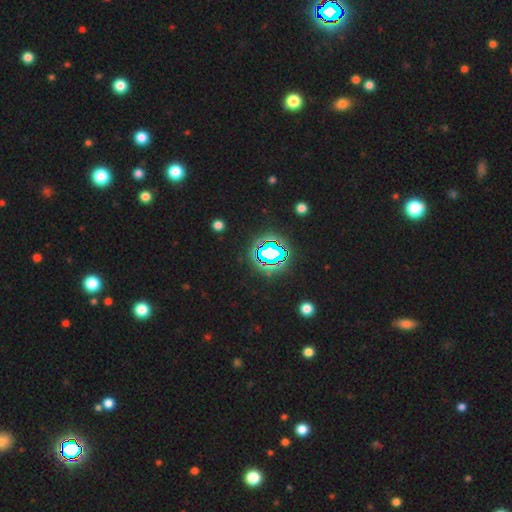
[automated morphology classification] smooth-or-featured: star or artifact: 81% | smooth: 12% | featured or disk: 7%